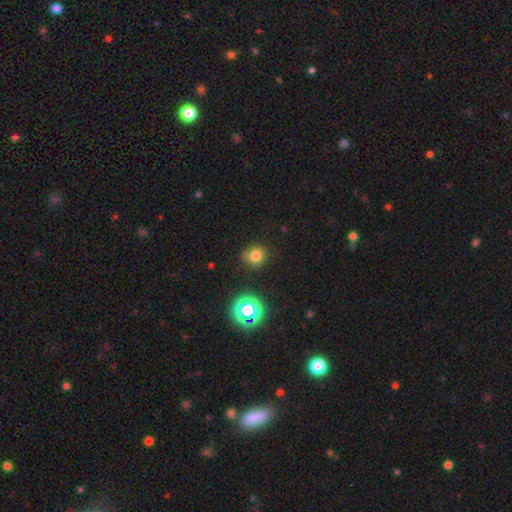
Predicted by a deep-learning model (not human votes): Overall: smooth (74%). How rounded: round (81%). Merging: none (71%).